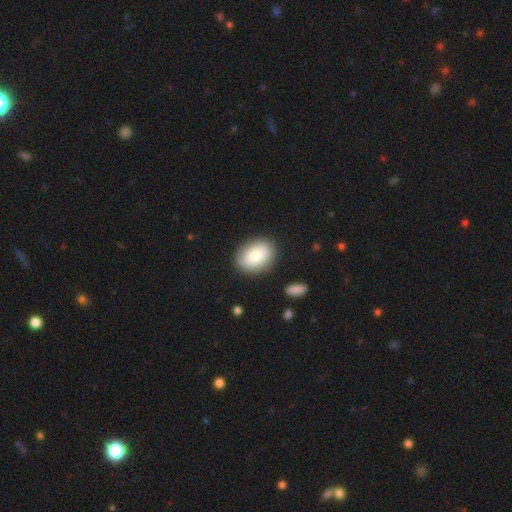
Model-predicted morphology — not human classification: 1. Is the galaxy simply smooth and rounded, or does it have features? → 79% smooth, 14% featured or disk, 7% star or artifact.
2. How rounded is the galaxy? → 75% in between, 24% round, 1% cigar-shaped.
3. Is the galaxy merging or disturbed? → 83% none, 11% minor disturbance, 3% major disturbance, 2% merger.